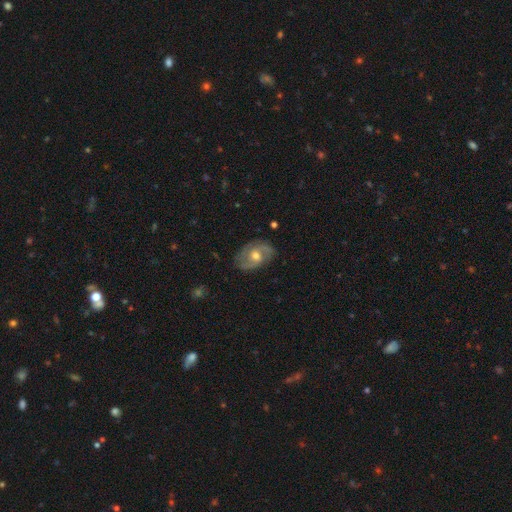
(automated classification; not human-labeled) Smooth or featured? featured or disk (80%)
Edge-on disk? no (97%)
Bar? no (62%)
Spiral arms? yes (93%)
Spiral winding? medium (50%)
Spiral arm count? 2 (73%)
Bulge size? moderate (69%)
Merging? none (78%)